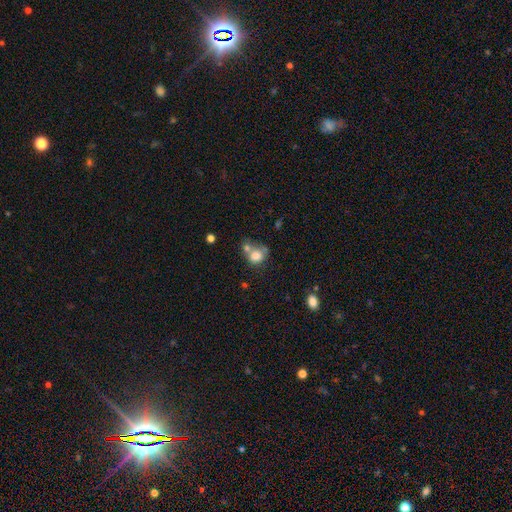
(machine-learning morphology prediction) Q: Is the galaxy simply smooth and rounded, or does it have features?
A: smooth — 77%.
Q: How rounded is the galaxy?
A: round — 66%.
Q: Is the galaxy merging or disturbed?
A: merger — 47%.